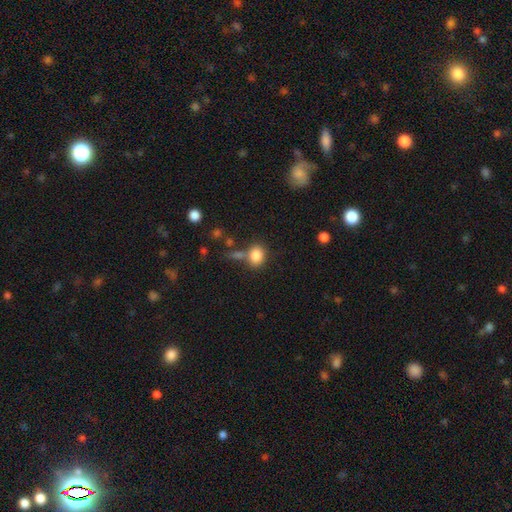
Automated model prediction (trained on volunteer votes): smooth-or-featured: smooth: 84% | star or artifact: 10% | featured or disk: 6%
  how-rounded: in between: 57% | round: 41% | cigar-shaped: 1%
  merging: none: 60% | merger: 19% | minor disturbance: 15% | major disturbance: 6%